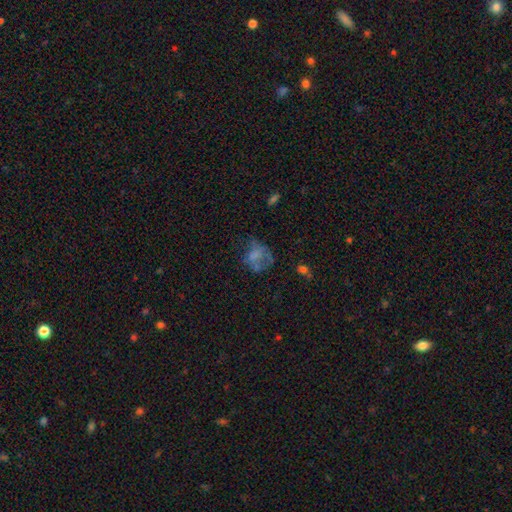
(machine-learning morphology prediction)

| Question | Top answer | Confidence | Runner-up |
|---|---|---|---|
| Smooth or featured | smooth | 48% | featured or disk (36%) |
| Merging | none | 36% | major disturbance (35%) |